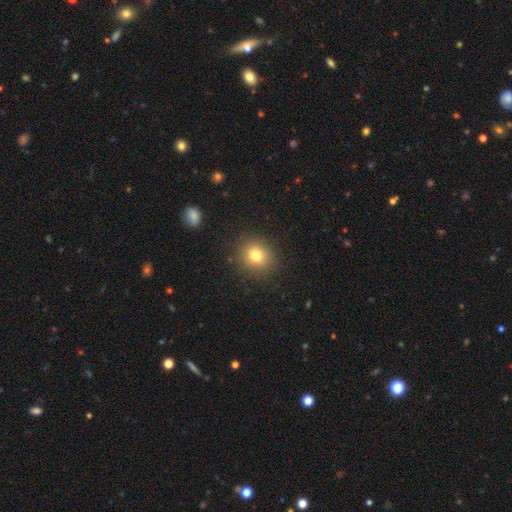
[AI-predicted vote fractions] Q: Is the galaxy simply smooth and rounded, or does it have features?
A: smooth — 78%.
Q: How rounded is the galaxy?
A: round — 80%.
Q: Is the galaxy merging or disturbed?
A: none — 88%.